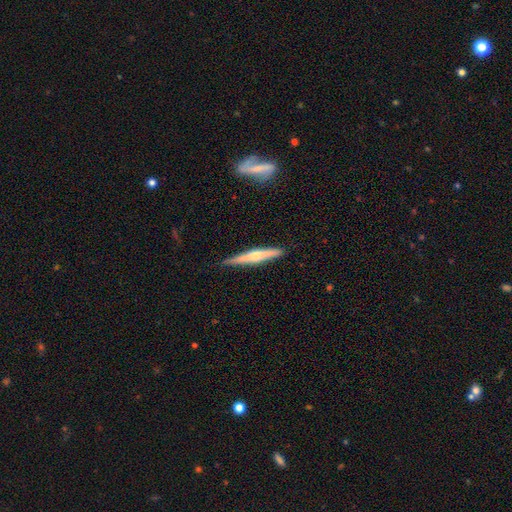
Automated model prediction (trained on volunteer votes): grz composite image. It shows a featured or disk galaxy (56%) viewed edge-on (97%) with a rounded central bulge (78%). Merging: none (88%).